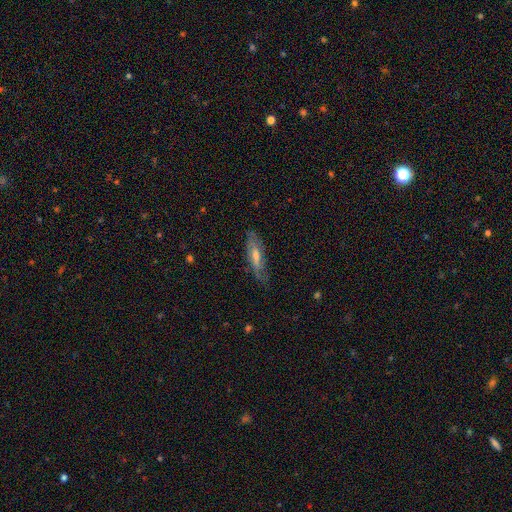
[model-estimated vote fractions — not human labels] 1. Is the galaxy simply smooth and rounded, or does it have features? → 61% featured or disk, 32% smooth, 7% star or artifact.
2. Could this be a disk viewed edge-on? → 61% no, 39% yes.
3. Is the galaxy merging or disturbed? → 73% none, 20% minor disturbance, 6% major disturbance, 1% merger.